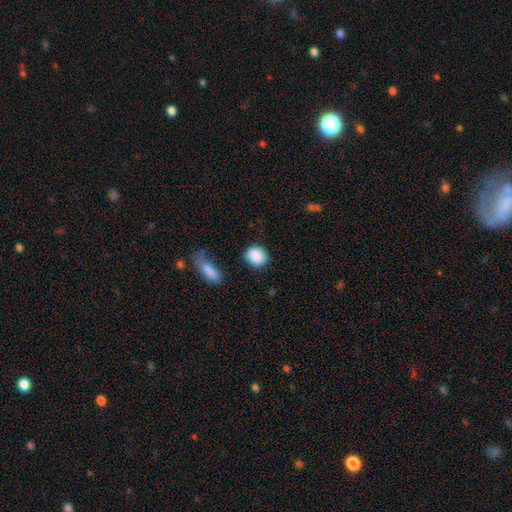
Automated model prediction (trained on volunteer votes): Overall: smooth (88%). How rounded: round (74%). Merging: none (73%).